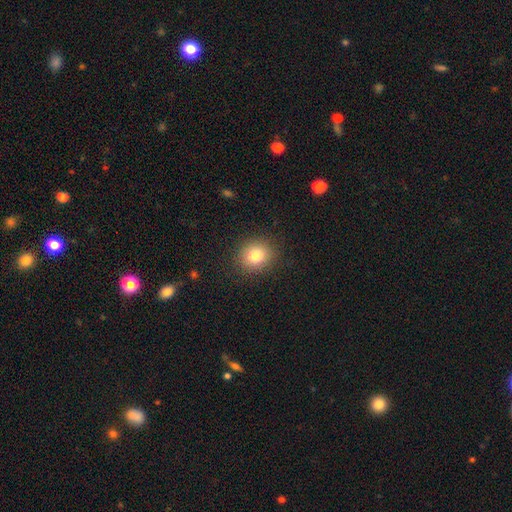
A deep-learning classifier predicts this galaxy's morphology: The model was most divided on "how rounded": round: 75%, in between: 24%, cigar-shaped: 1%. More confident: merging — none (88%); smooth or featured — smooth (82%).